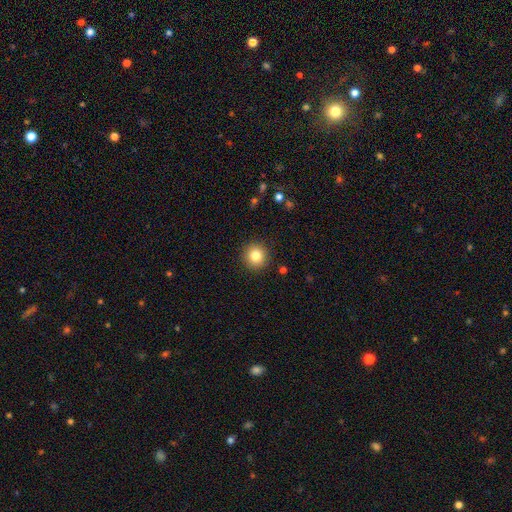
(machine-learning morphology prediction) This appears to be a smooth galaxy with no disk features (82%) that is round (94%). Merging: none (91%).